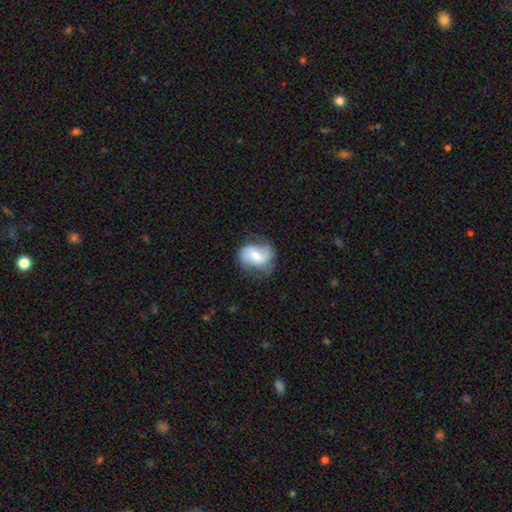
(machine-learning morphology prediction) Smooth or featured: featured or disk — 58% (smooth — 35%)
Edge-on disk: no — 97% (yes — 3%)
Bar: weak — 44% (no — 40%)
Spiral arms: yes — 86% (no — 14%)
Bulge size: moderate — 57% (small — 32%)
Merging: none — 61% (minor disturbance — 26%)